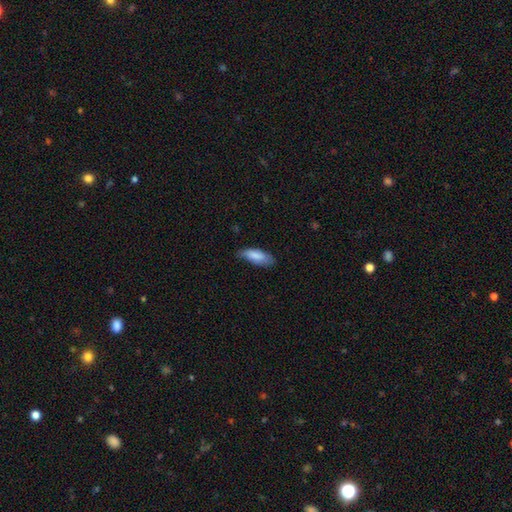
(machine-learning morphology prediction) smooth 82%, featured or disk 13%, star or artifact 6%. Down the decision tree: how rounded — in between (75%); merging — none (67%).